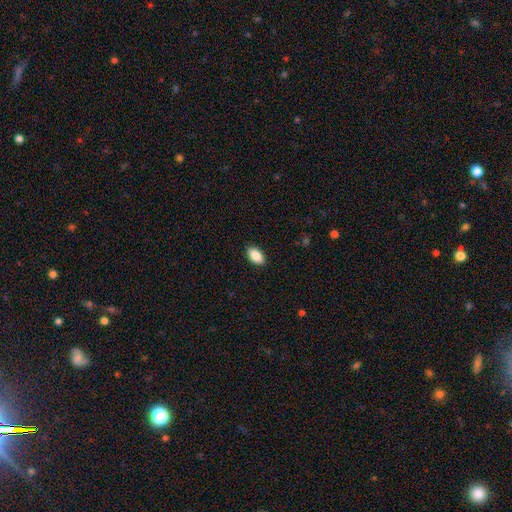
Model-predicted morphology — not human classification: This is clearly a smooth galaxy (88%). How rounded: clearly in between (93%). Merging: clearly none (89%).